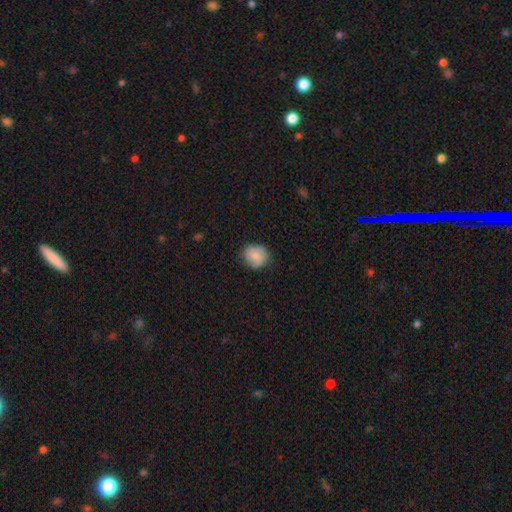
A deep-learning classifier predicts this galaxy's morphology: Overall: smooth (80%). How rounded: round (83%). Merging: none (79%).